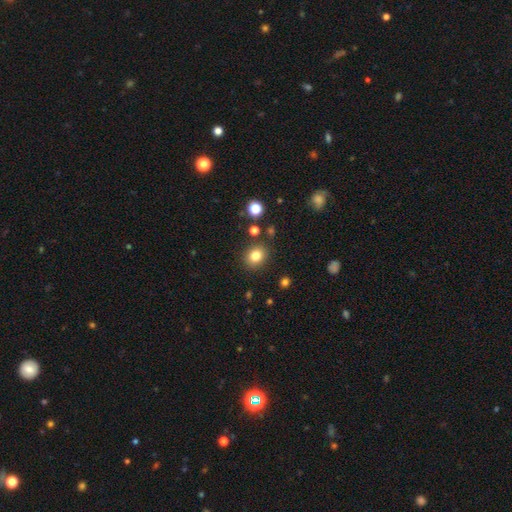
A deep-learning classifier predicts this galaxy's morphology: A smooth galaxy with no disk features (80%) that is round (69%).

Vote fractions:
- Smooth or featured? smooth: 80% / star or artifact: 12% / featured or disk: 7%
- How rounded? round: 69% / in between: 30% / cigar-shaped: 1%
- Merging? none: 86% / minor disturbance: 8% / merger: 3% / major disturbance: 3%